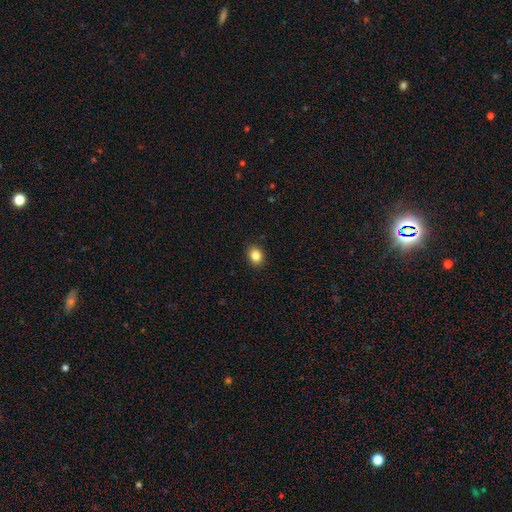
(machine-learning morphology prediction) Overall: smooth (85%). How rounded: in between (55%; round 44%). Merging: none (90%).